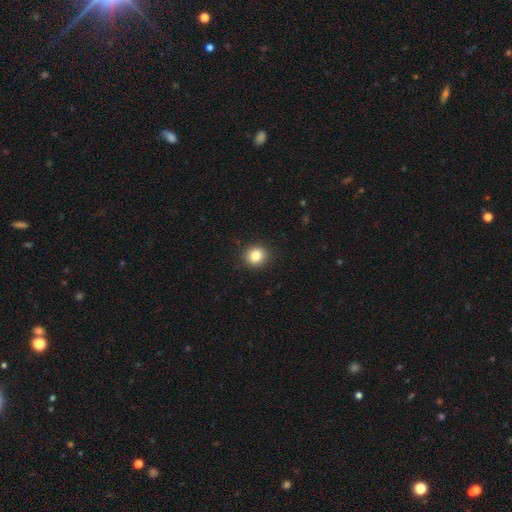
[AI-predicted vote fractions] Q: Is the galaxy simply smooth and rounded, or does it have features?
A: smooth — 83%.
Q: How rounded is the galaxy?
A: round — 91%.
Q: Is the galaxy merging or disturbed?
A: none — 92%.